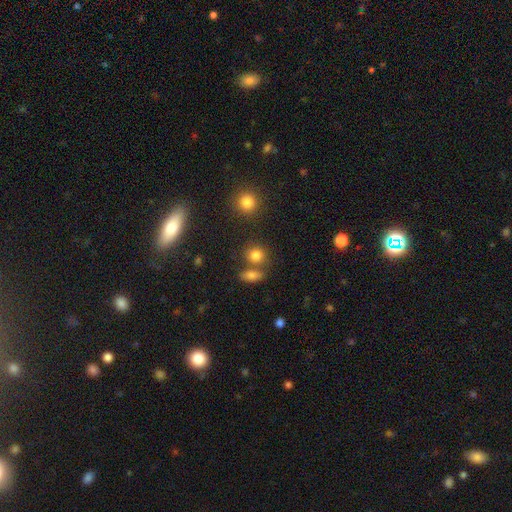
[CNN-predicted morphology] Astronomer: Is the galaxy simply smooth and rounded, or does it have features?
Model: smooth — 80%.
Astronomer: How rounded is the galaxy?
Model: round — 72%.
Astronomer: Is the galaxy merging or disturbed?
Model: none — 62%.